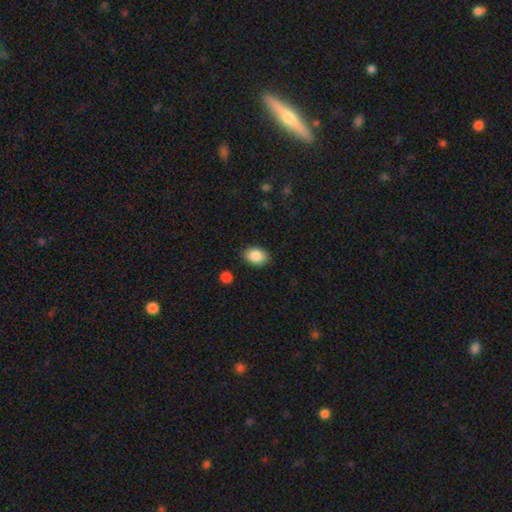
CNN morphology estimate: type=smooth (88%); roundness=in between (82%); merging=none (86%).